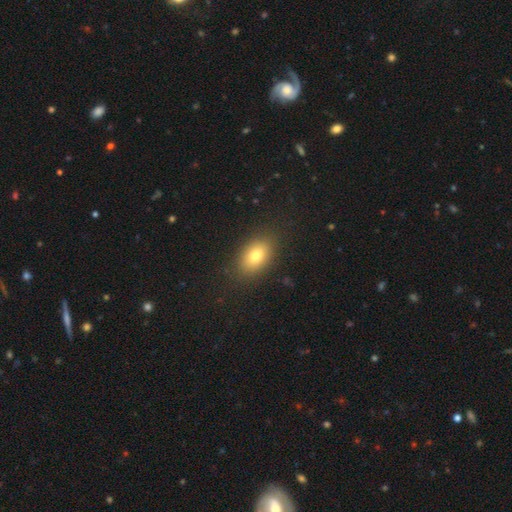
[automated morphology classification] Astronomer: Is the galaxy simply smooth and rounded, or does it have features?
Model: smooth — 80%.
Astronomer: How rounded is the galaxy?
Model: in between — 87%.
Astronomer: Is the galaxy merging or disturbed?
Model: none — 86%.